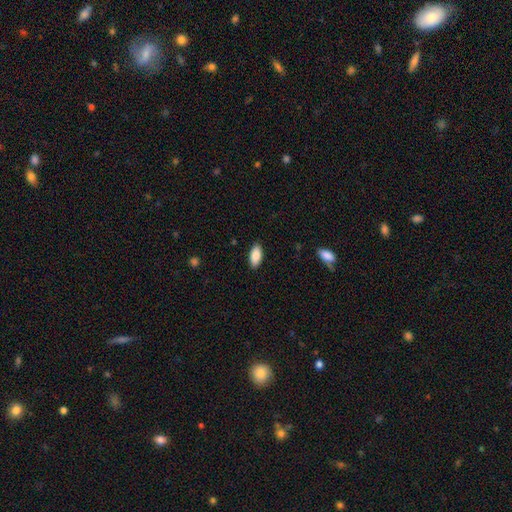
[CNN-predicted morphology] The model was most divided on "smooth or featured": smooth: 87%, featured or disk: 7%, star or artifact: 6%. More confident: how rounded — in between (91%); merging — none (89%).